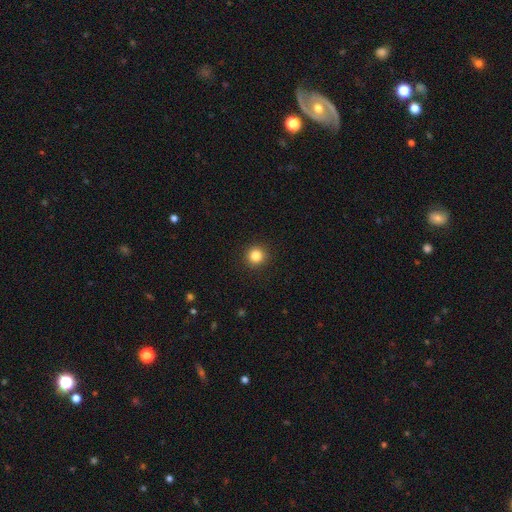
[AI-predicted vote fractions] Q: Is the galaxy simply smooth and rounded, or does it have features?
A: smooth — 84%.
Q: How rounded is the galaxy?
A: round — 95%.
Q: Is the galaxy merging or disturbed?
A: none — 92%.